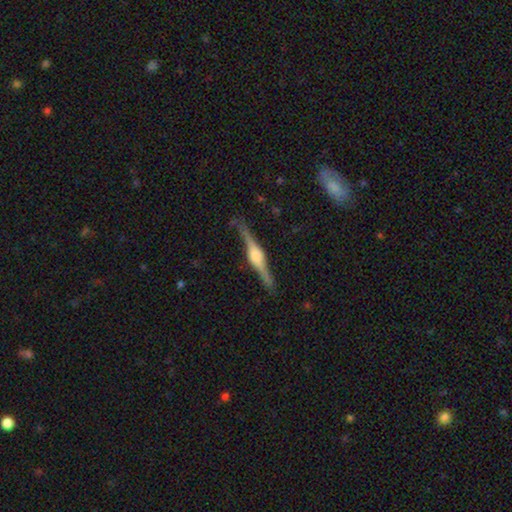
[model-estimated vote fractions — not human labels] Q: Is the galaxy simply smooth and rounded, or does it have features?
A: featured or disk — 84%.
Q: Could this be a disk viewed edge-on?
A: yes — 98%.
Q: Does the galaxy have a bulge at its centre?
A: rounded — 80%.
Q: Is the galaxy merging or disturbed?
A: none — 85%.